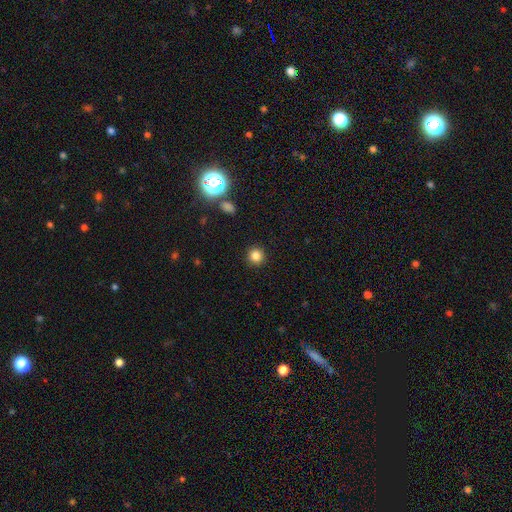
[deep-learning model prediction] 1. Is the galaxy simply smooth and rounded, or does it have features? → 83% smooth, 12% star or artifact, 5% featured or disk.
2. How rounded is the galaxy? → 94% round, 5% in between, 1% cigar-shaped.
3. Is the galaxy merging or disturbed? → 92% none, 5% minor disturbance, 2% major disturbance, 1% merger.